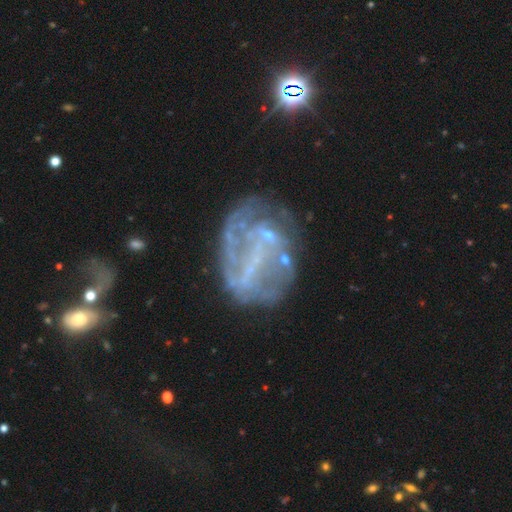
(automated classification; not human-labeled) Smooth or featured? featured or disk (72%)
Edge-on disk? no (97%)
Bar? weak (34%, tied with no)
Spiral arms? no (51%)
Bulge size? none (57%)
Merging? none (44%)